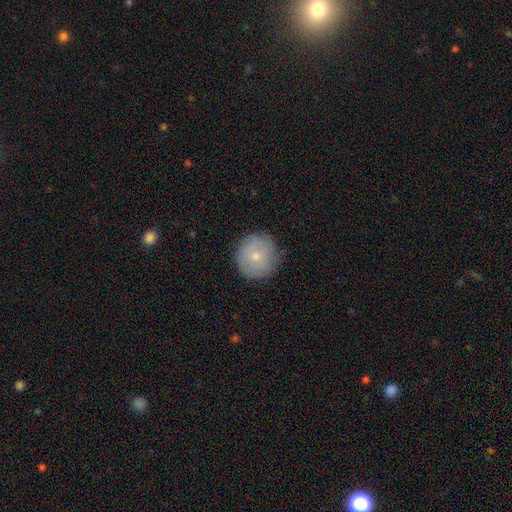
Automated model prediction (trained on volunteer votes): This appears to be a smooth galaxy with no disk features (72%) that is round (92%). Merging: none (84%).